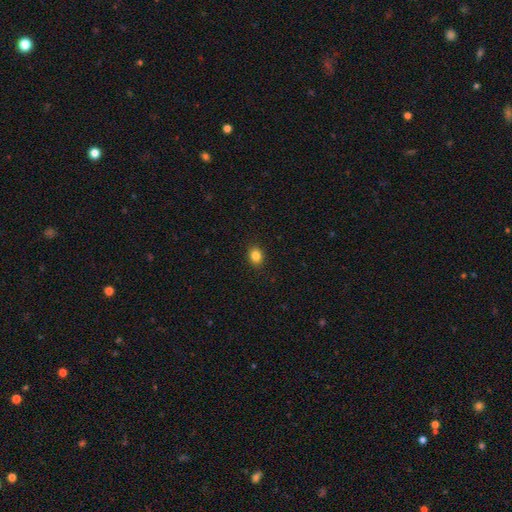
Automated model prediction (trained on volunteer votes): Morphology: type=smooth (85%); roundness=round (58%); merging=none (91%).